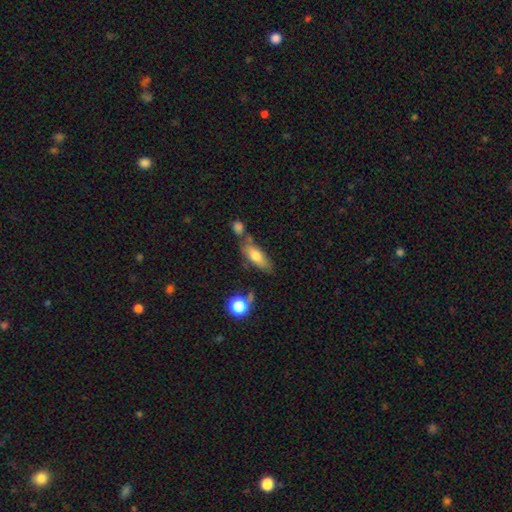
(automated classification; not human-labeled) The model was most divided on "merging": none: 57%, minor disturbance: 19%, merger: 18%, major disturbance: 6%. More confident: how rounded — in between (69%); smooth or featured — smooth (68%).